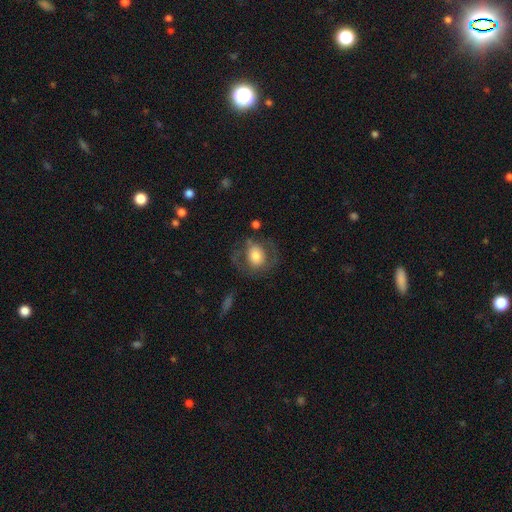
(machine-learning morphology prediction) smooth 58%, featured or disk 35%, star or artifact 7%. Down the decision tree: how rounded — round (64%); merging — none (59%).